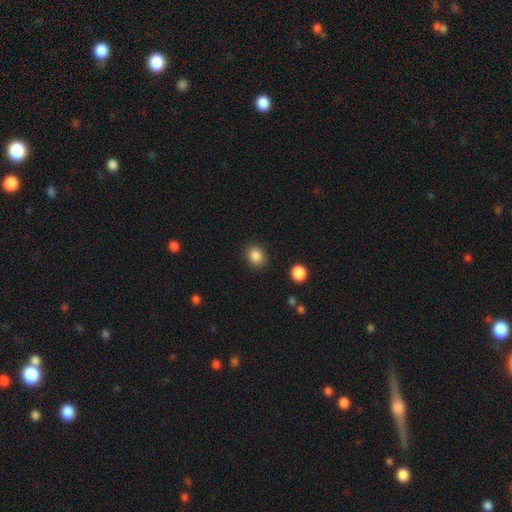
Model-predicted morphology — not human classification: Q: Smooth or featured?
A: smooth (86%); runner-up: star or artifact (10%)
Q: How rounded?
A: round (66%); runner-up: in between (33%)
Q: Merging?
A: none (88%); runner-up: minor disturbance (8%)